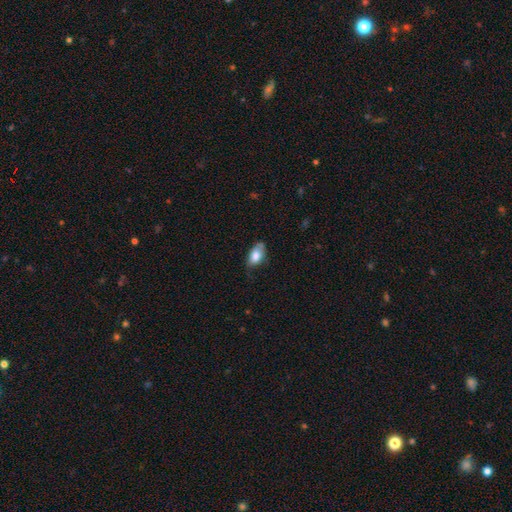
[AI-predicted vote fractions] A smooth galaxy with no disk features (79%) that is in between round and cigar-shaped (91%). Merging: none (54%).